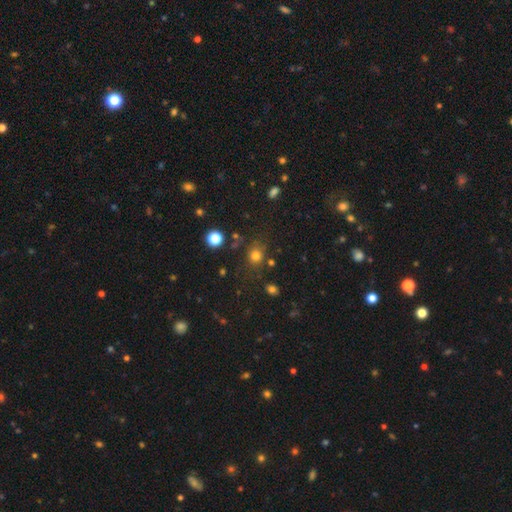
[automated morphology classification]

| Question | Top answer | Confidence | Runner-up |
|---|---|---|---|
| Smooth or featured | smooth | 76% | star or artifact (17%) |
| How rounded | round | 73% | in between (26%) |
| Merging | none | 76% | minor disturbance (14%) |